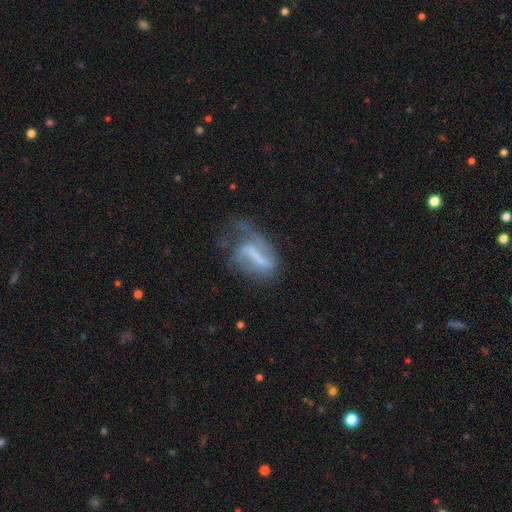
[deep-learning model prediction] Smooth or featured? Predicted: featured or disk (p=0.71). Edge-on disk? Predicted: no (p=0.92). Bar? Predicted: strong (p=0.54). Spiral arms? Predicted: yes (p=0.74). Bulge size? Predicted: none (p=0.51). Merging? Predicted: major disturbance (p=0.38).